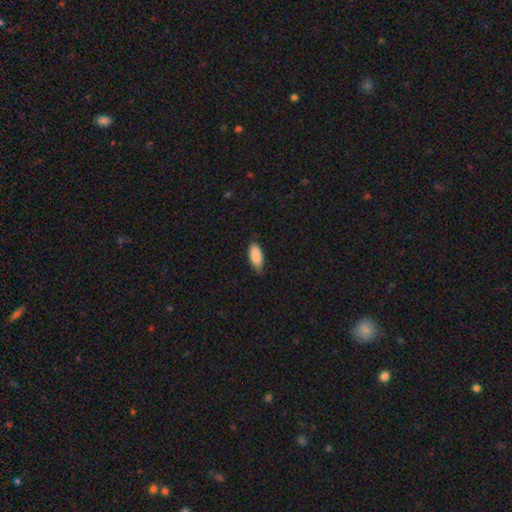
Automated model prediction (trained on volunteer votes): This is clearly a smooth galaxy (88%). How rounded: clearly in between (88%). Merging: likely none (64%).